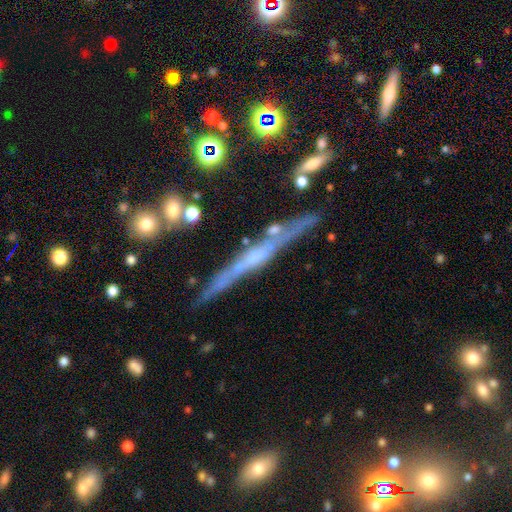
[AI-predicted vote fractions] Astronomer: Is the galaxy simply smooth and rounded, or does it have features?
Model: featured or disk — 67%.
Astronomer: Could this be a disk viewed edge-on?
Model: yes — 94%.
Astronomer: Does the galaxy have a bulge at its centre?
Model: none — 56% (runner-up: rounded, 31%).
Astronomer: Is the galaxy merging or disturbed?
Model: none — 77%.